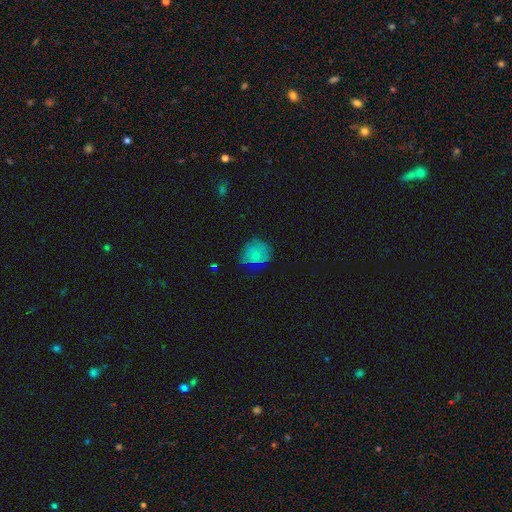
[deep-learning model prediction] A smooth galaxy with no disk features (66%) that is round (72%). Merging: none (53%).